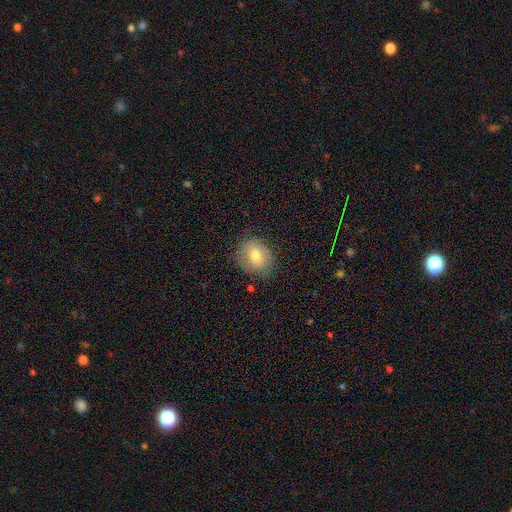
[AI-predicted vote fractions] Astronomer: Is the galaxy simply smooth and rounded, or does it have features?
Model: smooth — 71%.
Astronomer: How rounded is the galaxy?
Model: round — 54% (runner-up: in between, 45%).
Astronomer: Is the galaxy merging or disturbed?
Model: none — 77%.